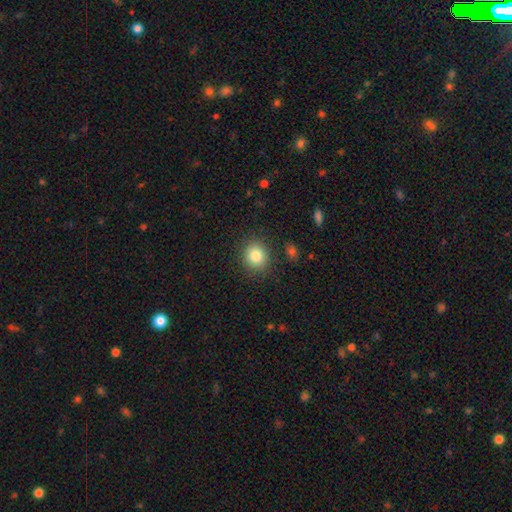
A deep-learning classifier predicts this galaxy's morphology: The model was most divided on "how rounded": round: 80%, in between: 19%, cigar-shaped: 1%. More confident: merging — none (87%); smooth or featured — smooth (83%).